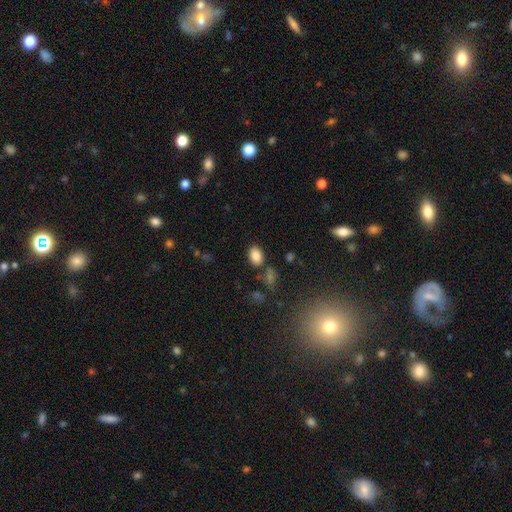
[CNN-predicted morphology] This appears to be a smooth galaxy with no disk features (85%) that is in between round and cigar-shaped (79%). Merging: none (77%).